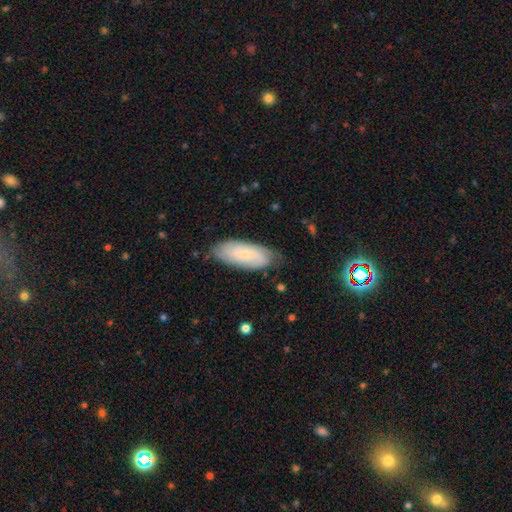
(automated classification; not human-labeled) The model was most divided on "smooth or featured": featured or disk: 50%, smooth: 43%, star or artifact: 6%. More confident: edge-on disk — no (90%); merging — none (73%).